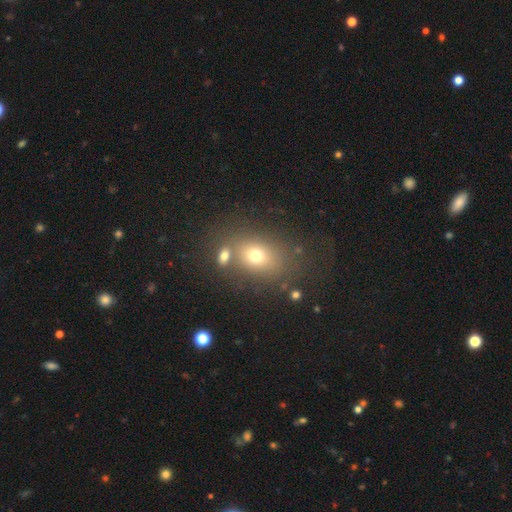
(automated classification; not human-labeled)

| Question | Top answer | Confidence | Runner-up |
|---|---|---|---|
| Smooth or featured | smooth | 70% | star or artifact (16%) |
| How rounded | in between | 62% | round (36%) |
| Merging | none | 64% | merger (18%) |